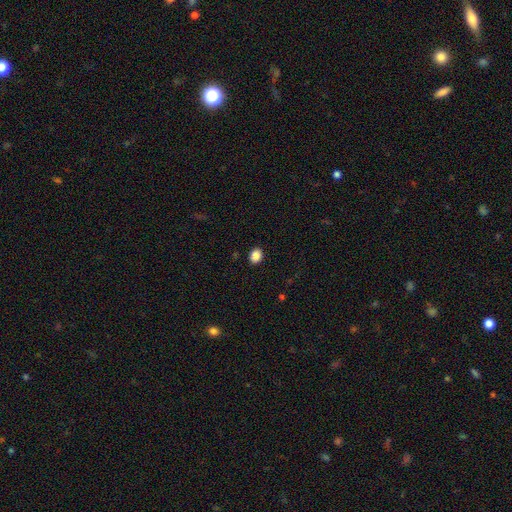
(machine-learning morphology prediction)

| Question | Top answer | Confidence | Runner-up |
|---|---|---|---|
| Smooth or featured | smooth | 87% | star or artifact (9%) |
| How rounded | in between | 59% | round (40%) |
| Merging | none | 91% | minor disturbance (7%) |